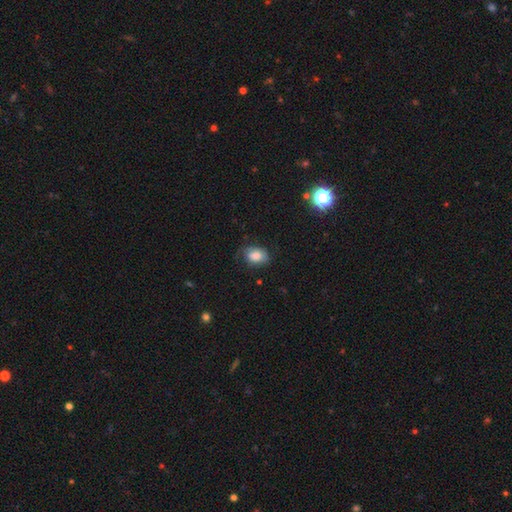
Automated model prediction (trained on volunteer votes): Q: Smooth or featured?
A: smooth (77%); runner-up: featured or disk (14%)
Q: How rounded?
A: in between (74%); runner-up: round (24%)
Q: Merging?
A: none (58%); runner-up: minor disturbance (29%)